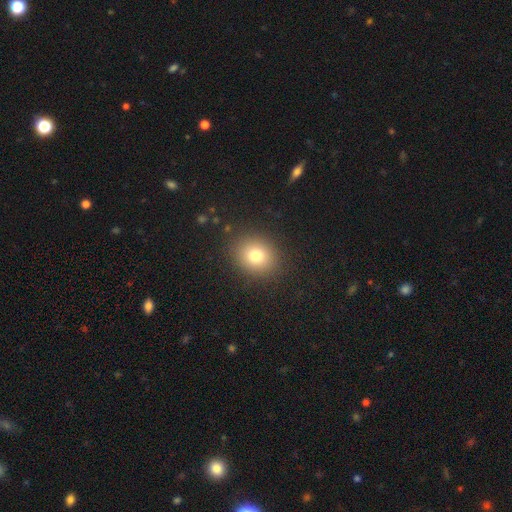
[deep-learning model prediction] Smooth or featured? Predicted: smooth (p=0.77). How rounded? Predicted: round (p=0.69). Merging? Predicted: none (p=0.88).